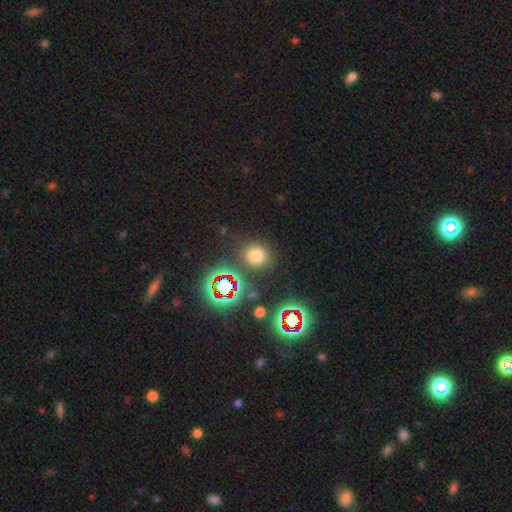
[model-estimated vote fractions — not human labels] smooth_or_featured: smooth (p=0.69) [alt: star or artifact p=0.24]
how_rounded: round (p=0.82) [alt: in between p=0.17]
merging: none (p=0.83) [alt: minor disturbance p=0.09]